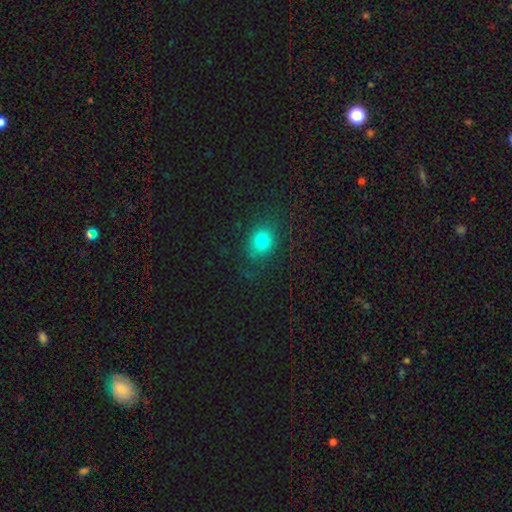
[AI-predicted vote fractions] smooth-or-featured: smooth: 73% | star or artifact: 18% | featured or disk: 8%
  how-rounded: round: 61% | in between: 38% | cigar-shaped: 1%
  merging: none: 83% | minor disturbance: 12% | major disturbance: 4% | merger: 1%